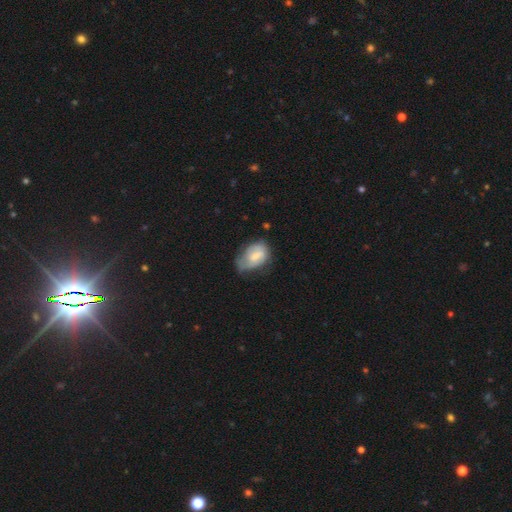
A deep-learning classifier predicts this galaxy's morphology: The model was most divided on "merging": minor disturbance: 43%, none: 36%, major disturbance: 19%, merger: 3%. More confident: how rounded — in between (83%); smooth or featured — smooth (58%).